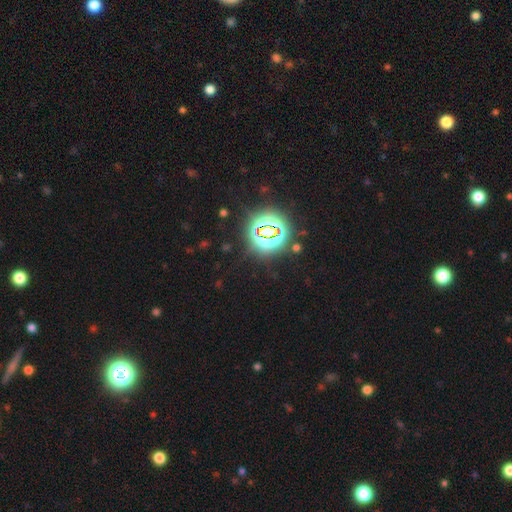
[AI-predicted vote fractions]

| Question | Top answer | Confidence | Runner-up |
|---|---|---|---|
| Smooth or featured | star or artifact | 79% | smooth (15%) |